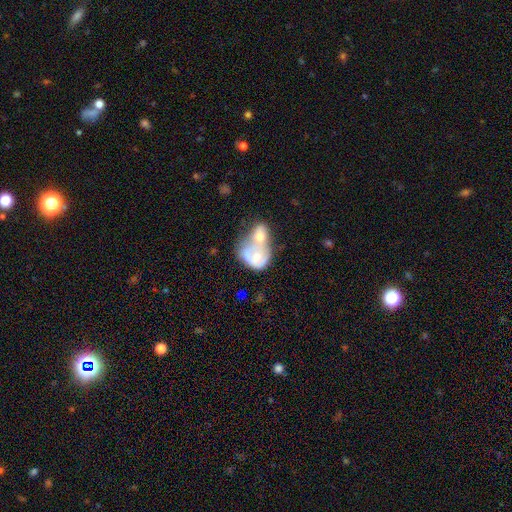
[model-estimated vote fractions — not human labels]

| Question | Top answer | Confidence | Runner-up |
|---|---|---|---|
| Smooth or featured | smooth | 53% | featured or disk (39%) |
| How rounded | in between | 59% | round (39%) |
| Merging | merger | 75% | major disturbance (11%) |